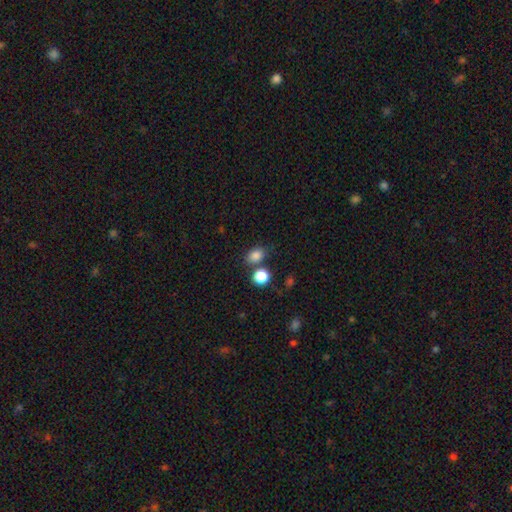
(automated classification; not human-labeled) This appears to be a smooth galaxy with no disk features (83%) that is in between round and cigar-shaped (60%). Merging: none (67%).